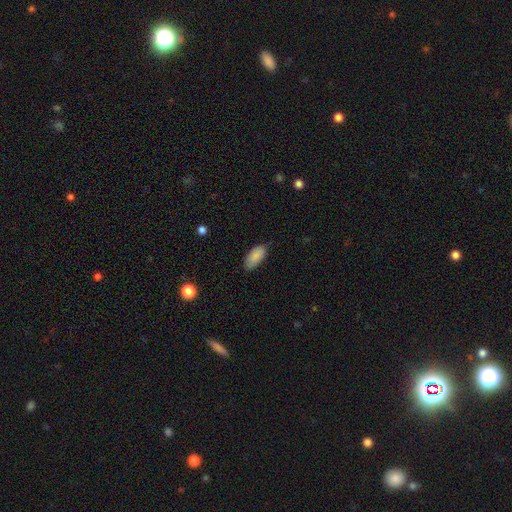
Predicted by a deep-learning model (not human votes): smooth-or-featured: smooth: 87% | star or artifact: 7% | featured or disk: 6%
  how-rounded: in between: 90% | cigar-shaped: 8% | round: 2%
  merging: none: 78% | minor disturbance: 18% | major disturbance: 3% | merger: 1%